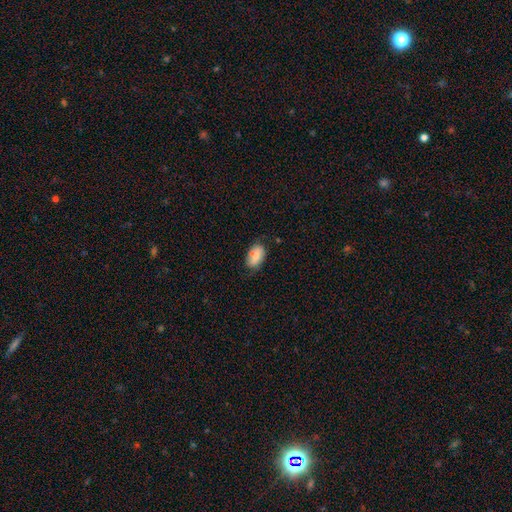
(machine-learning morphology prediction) This appears to be a smooth galaxy with no disk features (76%) that is in between round and cigar-shaped (91%). Merging: none (65%).